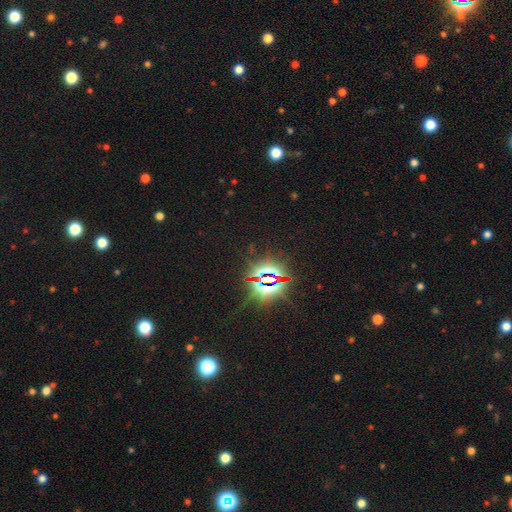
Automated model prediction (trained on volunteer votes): Overall: star or artifact (83%).